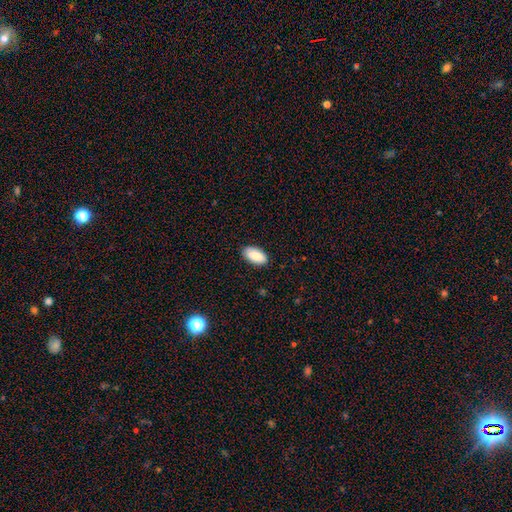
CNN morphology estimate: Q: Smooth or featured?
A: smooth (88%); runner-up: star or artifact (6%)
Q: How rounded?
A: in between (94%); runner-up: cigar-shaped (4%)
Q: Merging?
A: none (88%); runner-up: minor disturbance (9%)